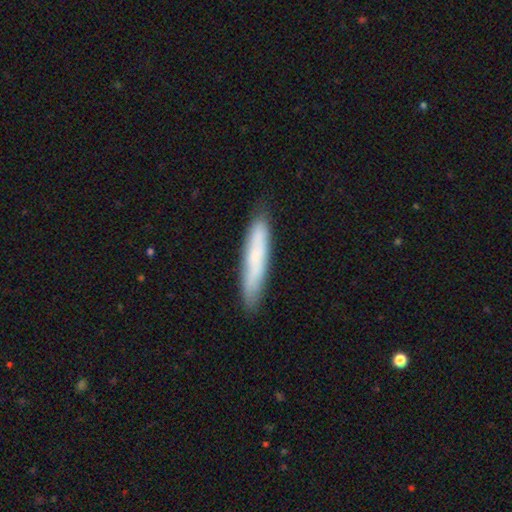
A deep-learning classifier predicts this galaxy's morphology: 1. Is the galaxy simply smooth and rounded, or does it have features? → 69% smooth, 25% featured or disk, 7% star or artifact.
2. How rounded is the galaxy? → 88% cigar-shaped, 10% in between, 1% round.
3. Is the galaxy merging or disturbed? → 83% none, 14% minor disturbance, 2% major disturbance, 1% merger.